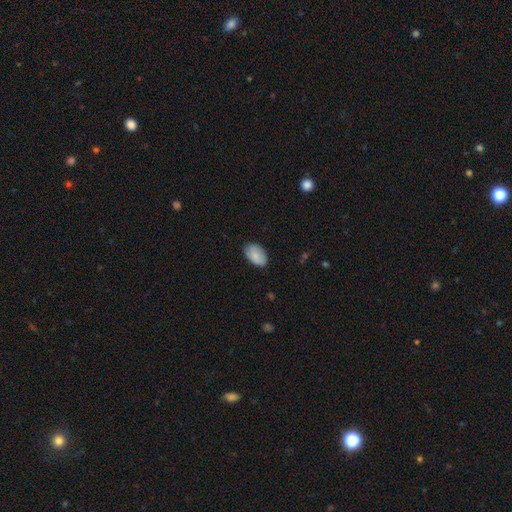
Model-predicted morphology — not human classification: This appears to be a smooth galaxy with no disk features (84%) that is in between round and cigar-shaped (92%). Merging: none (83%).